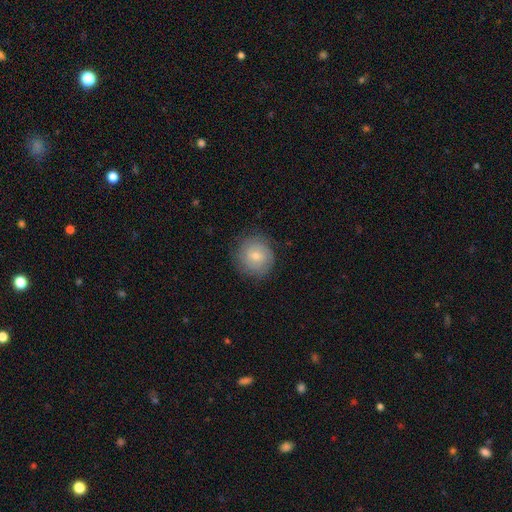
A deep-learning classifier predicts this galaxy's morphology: smooth 56%, featured or disk 36%, star or artifact 8%. Down the decision tree: how rounded — round (88%); merging — none (80%).